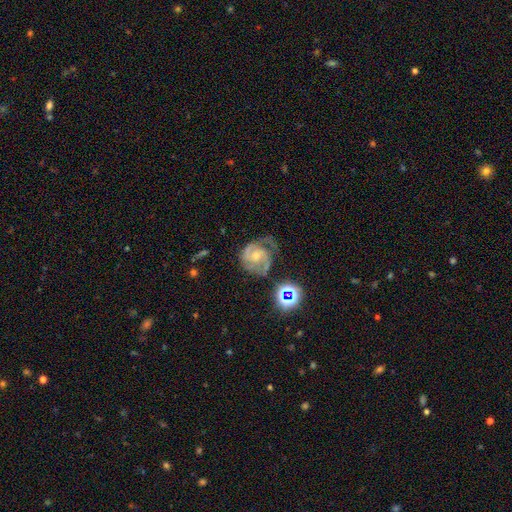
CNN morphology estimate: smooth_or_featured: featured or disk (p=0.84) [alt: star or artifact p=0.08]
disk_edge_on: no (p=0.98) [alt: yes p=0.02]
bar: no (p=0.61) [alt: weak p=0.33]
has_spiral_arms: yes (p=0.97) [alt: no p=0.03]
spiral_winding: medium (p=0.46) [alt: tight p=0.44]
spiral_arm_count: 2 (p=0.67) [alt: 3 p=0.14]
bulge_size: small (p=0.49) [alt: moderate p=0.42]
merging: none (p=0.52) [alt: minor disturbance p=0.26]